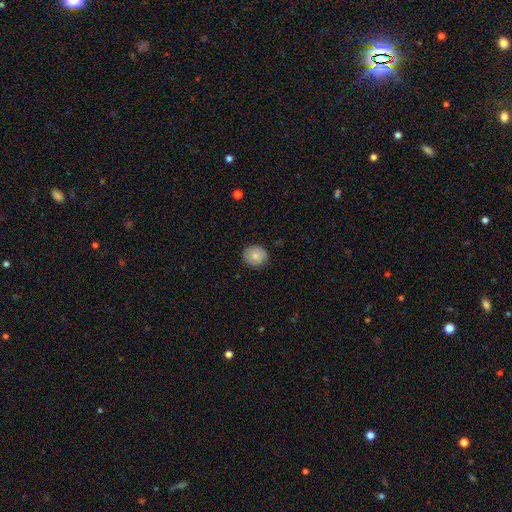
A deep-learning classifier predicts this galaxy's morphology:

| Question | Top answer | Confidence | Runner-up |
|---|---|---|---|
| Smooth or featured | smooth | 77% | featured or disk (15%) |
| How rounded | round | 83% | in between (16%) |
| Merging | none | 84% | minor disturbance (13%) |